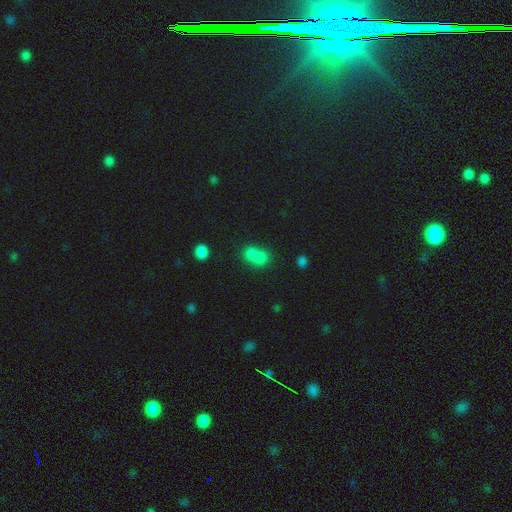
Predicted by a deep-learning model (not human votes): This is likely a smooth galaxy (75%). How rounded: possibly in between (57%). Merging: possibly merger (57%).